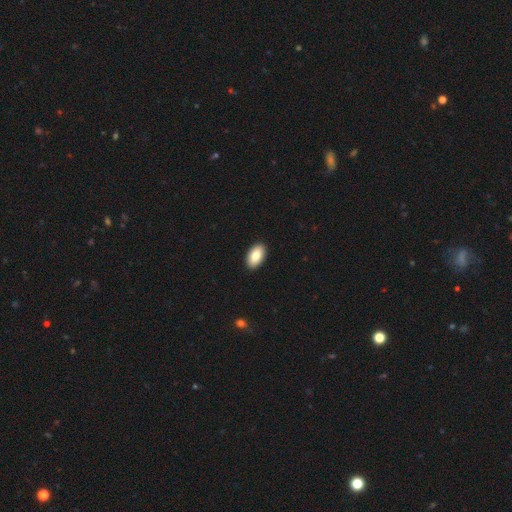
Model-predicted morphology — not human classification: Overall: smooth (85%). How rounded: in between (95%). Merging: none (92%).